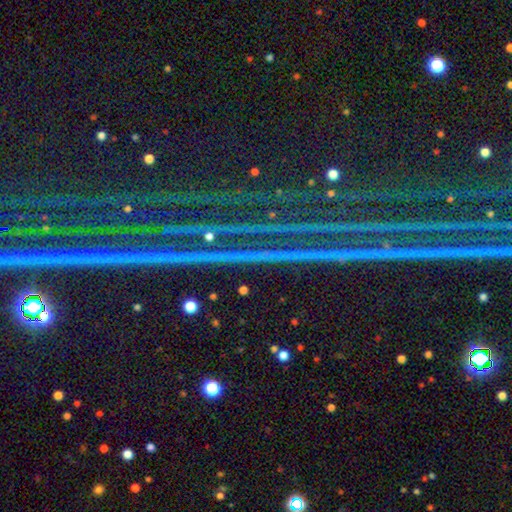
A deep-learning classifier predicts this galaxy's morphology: Q: Smooth or featured?
A: star or artifact (89%); runner-up: featured or disk (6%)